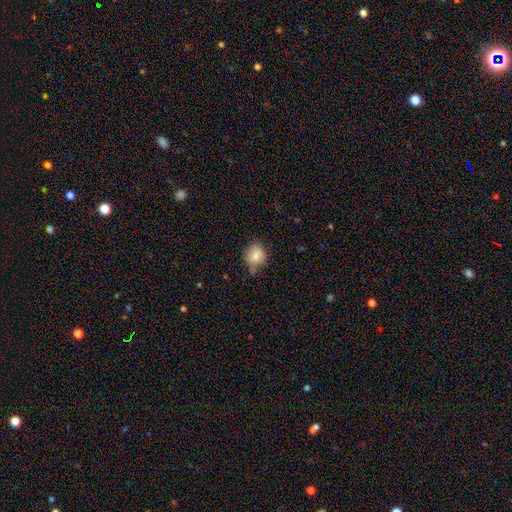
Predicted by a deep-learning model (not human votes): smooth 82%, star or artifact 9%, featured or disk 9%. Down the decision tree: how rounded — round (76%); merging — none (67%).